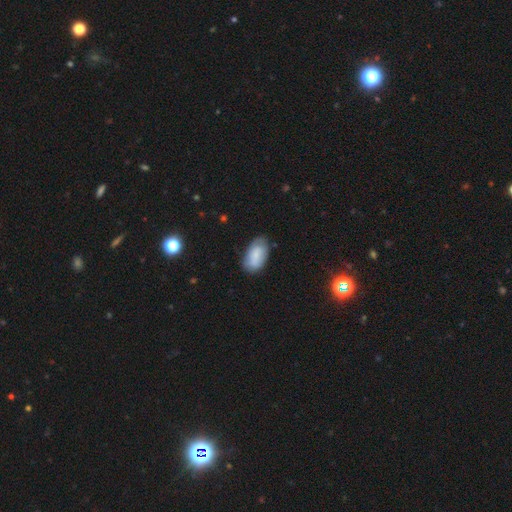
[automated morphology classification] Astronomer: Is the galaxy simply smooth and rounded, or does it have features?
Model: smooth — 78%.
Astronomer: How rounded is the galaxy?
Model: in between — 94%.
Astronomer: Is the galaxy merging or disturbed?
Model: none — 69%.